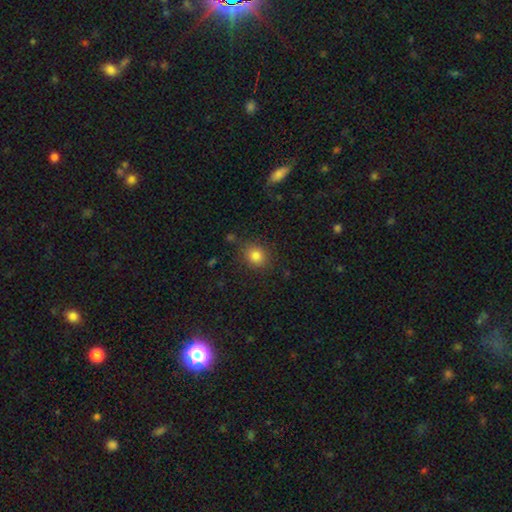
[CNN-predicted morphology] Smooth or featured: smooth — 82% (star or artifact — 12%)
How rounded: round — 71% (in between — 28%)
Merging: none — 83% (minor disturbance — 12%)